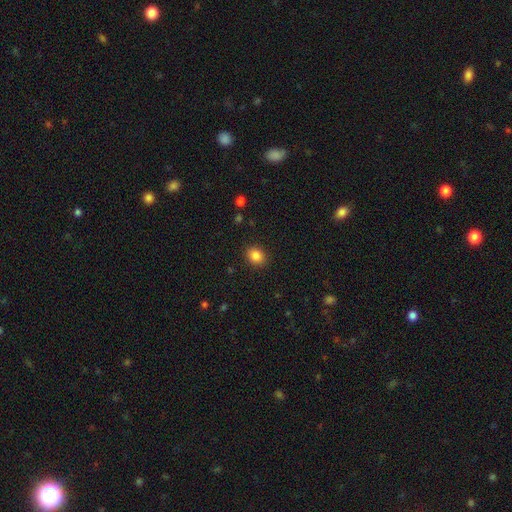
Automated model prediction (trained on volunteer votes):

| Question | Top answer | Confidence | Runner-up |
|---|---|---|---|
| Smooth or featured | smooth | 86% | star or artifact (10%) |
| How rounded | round | 57% | in between (42%) |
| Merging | none | 89% | minor disturbance (7%) |